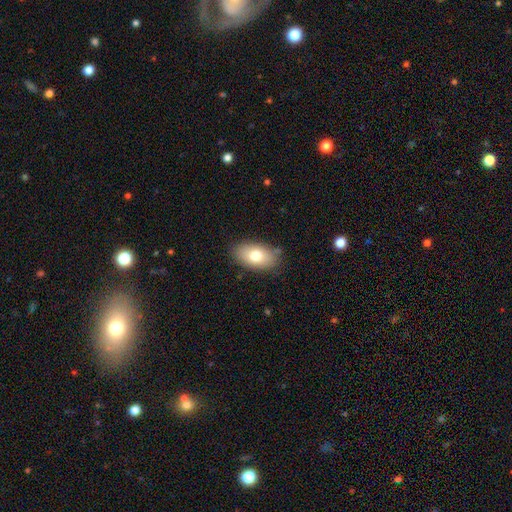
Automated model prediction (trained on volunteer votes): smooth_or_featured: smooth (p=0.76) [alt: featured or disk p=0.17]
how_rounded: in between (p=0.92) [alt: round p=0.06]
merging: none (p=0.83) [alt: minor disturbance p=0.12]